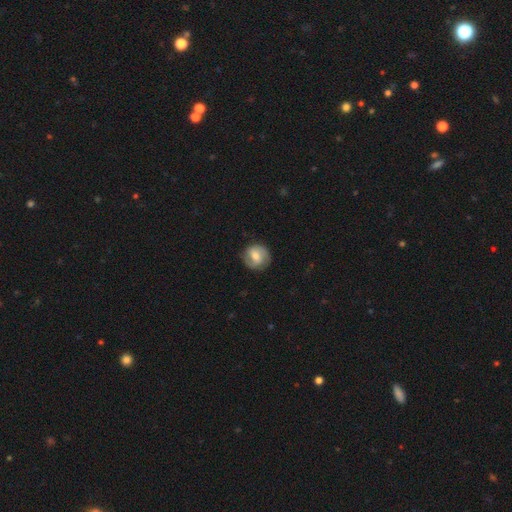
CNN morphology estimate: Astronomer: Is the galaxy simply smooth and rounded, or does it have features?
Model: featured or disk — 49% (runner-up: smooth, 44%).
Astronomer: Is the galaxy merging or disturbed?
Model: none — 81%.